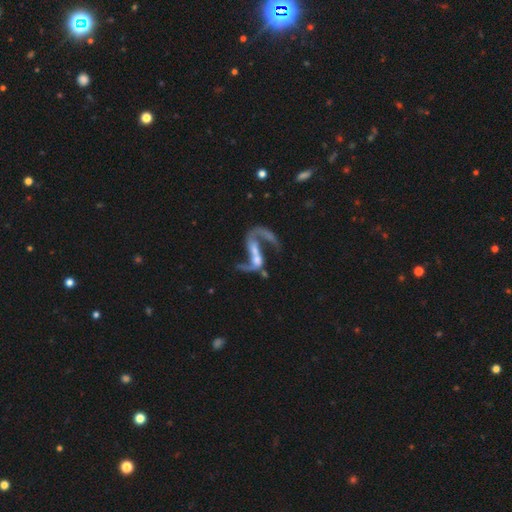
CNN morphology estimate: Overall: featured or disk (79%). Edge-on disk: no (95%). Bar: no (40%; weak 32%). Spiral arms: yes (79%). Spiral arm count: 2 (72%). Spiral winding: loose (85%). Bulge size: none (31%, tied with small). Merging: merger (36%; major disturbance 28%).